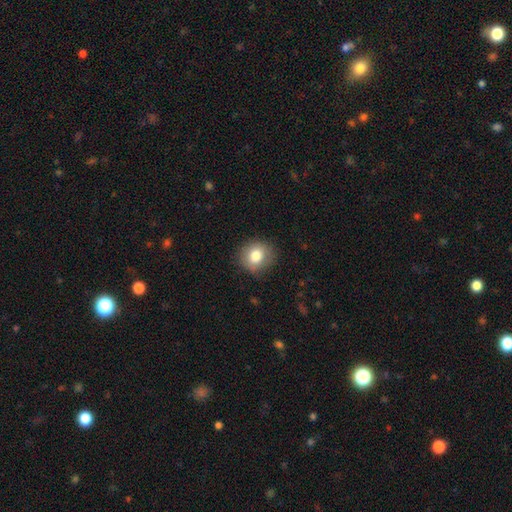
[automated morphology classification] A smooth galaxy with no disk features (80%) that is round (79%).

Vote fractions:
- Smooth or featured? smooth: 80% / featured or disk: 11% / star or artifact: 9%
- How rounded? round: 79% / in between: 20% / cigar-shaped: 1%
- Merging? none: 83% / minor disturbance: 13% / major disturbance: 3% / merger: 1%